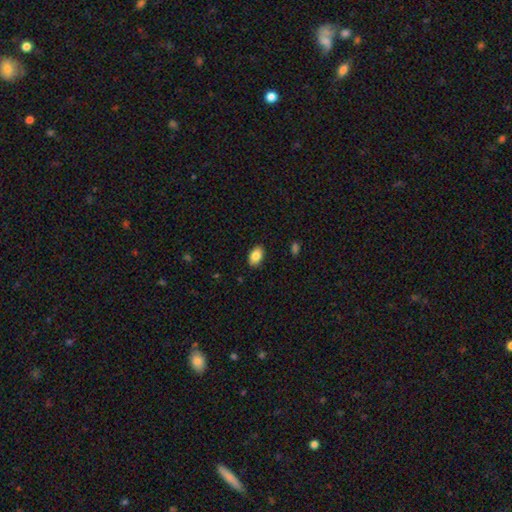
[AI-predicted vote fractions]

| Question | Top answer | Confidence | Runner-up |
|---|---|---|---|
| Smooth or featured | smooth | 85% | featured or disk (7%) |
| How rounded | in between | 91% | round (8%) |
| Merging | none | 88% | minor disturbance (9%) |